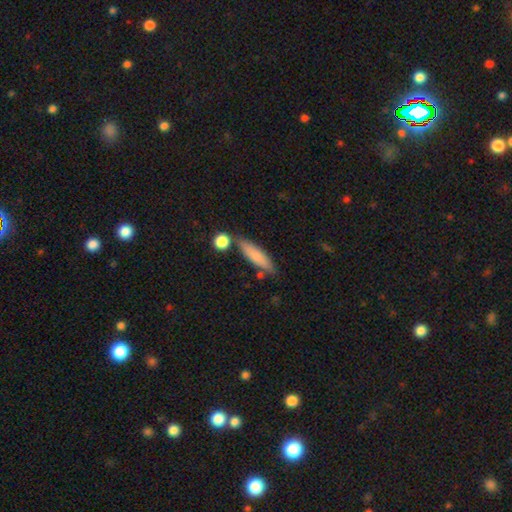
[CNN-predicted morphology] Q: Smooth or featured?
A: smooth (79%); runner-up: featured or disk (15%)
Q: How rounded?
A: cigar-shaped (72%); runner-up: in between (26%)
Q: Merging?
A: none (73%); runner-up: minor disturbance (14%)